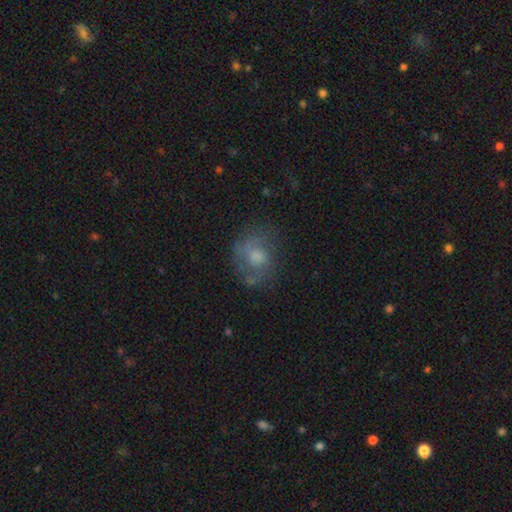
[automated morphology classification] type=smooth (45%); merging=none (60%).